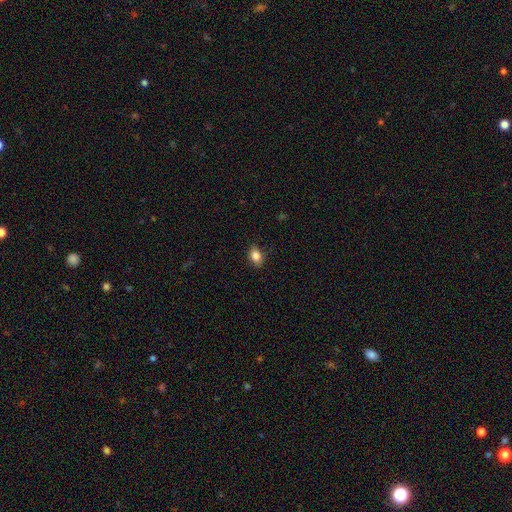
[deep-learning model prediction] This appears to be a smooth galaxy with no disk features (84%) that is in between round and cigar-shaped (78%). Merging: none (83%).